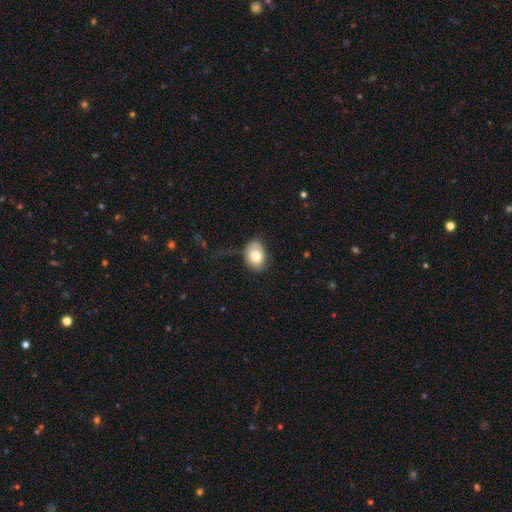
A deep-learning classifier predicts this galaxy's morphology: Q: Smooth or featured?
A: smooth (75%); runner-up: featured or disk (17%)
Q: How rounded?
A: in between (74%); runner-up: round (25%)
Q: Merging?
A: none (63%); runner-up: minor disturbance (25%)